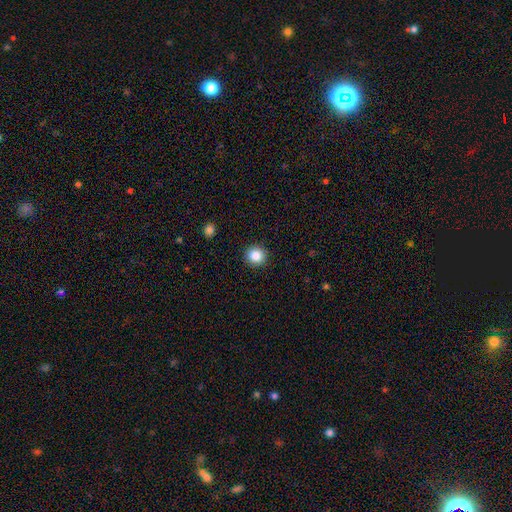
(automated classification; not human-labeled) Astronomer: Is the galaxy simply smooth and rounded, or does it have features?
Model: smooth — 85%.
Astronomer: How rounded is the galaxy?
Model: round — 93%.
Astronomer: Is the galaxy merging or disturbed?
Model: none — 92%.